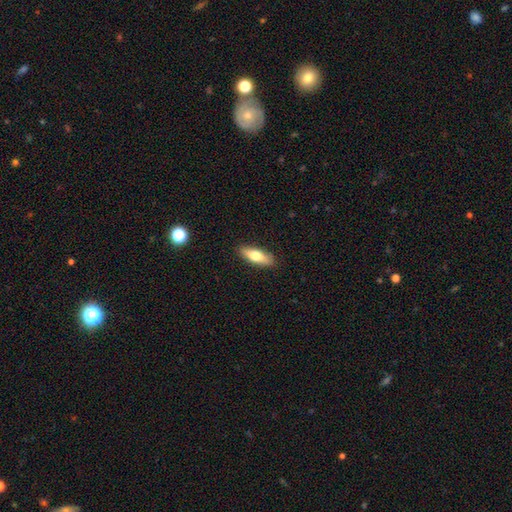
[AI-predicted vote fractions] smooth 68%, featured or disk 26%, star or artifact 6%. Down the decision tree: how rounded — in between (54%); merging — none (88%).